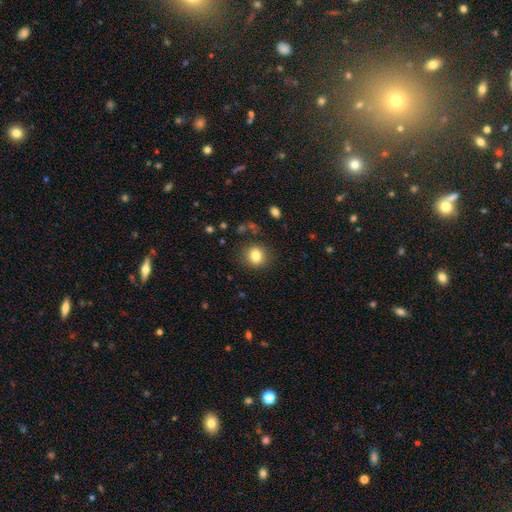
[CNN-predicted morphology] This is clearly a smooth galaxy (82%). How rounded: likely round (80%). Merging: clearly none (85%).